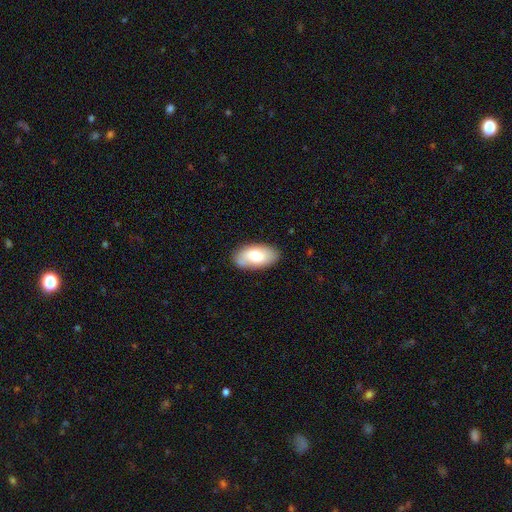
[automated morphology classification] A smooth galaxy with no disk features (73%) that is in between round and cigar-shaped (94%).

Vote fractions:
- Smooth or featured? smooth: 73% / featured or disk: 20% / star or artifact: 6%
- How rounded? in between: 94% / round: 3% / cigar-shaped: 2%
- Merging? none: 84% / minor disturbance: 12% / major disturbance: 3% / merger: 1%